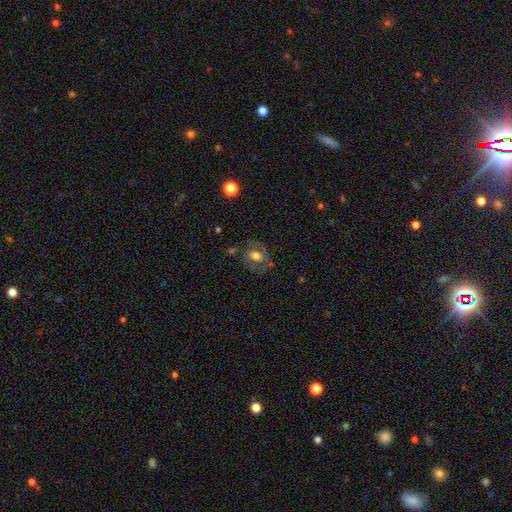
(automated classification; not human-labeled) smooth-or-featured: smooth: 48% | featured or disk: 43% | star or artifact: 9%
  merging: none: 65% | minor disturbance: 19% | major disturbance: 12% | merger: 3%